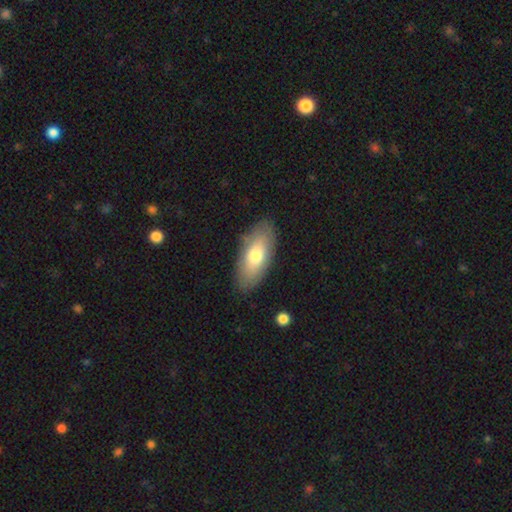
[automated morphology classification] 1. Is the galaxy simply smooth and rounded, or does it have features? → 69% smooth, 25% featured or disk, 6% star or artifact.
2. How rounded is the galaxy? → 86% in between, 11% cigar-shaped, 3% round.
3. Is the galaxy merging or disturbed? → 83% none, 12% minor disturbance, 3% major disturbance, 1% merger.